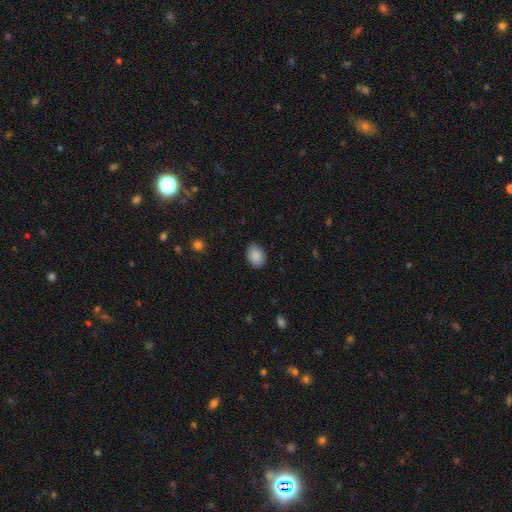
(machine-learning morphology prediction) This is clearly a smooth galaxy (89%). How rounded: likely in between (75%). Merging: clearly none (86%).